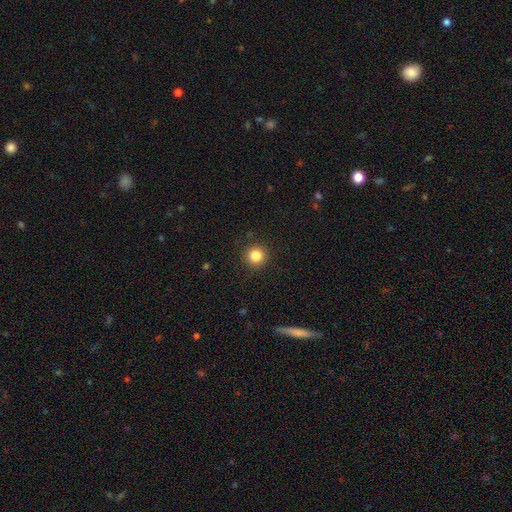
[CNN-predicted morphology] The model was most divided on "smooth or featured": smooth: 85%, star or artifact: 11%, featured or disk: 4%. More confident: how rounded — round (94%); merging — none (91%).